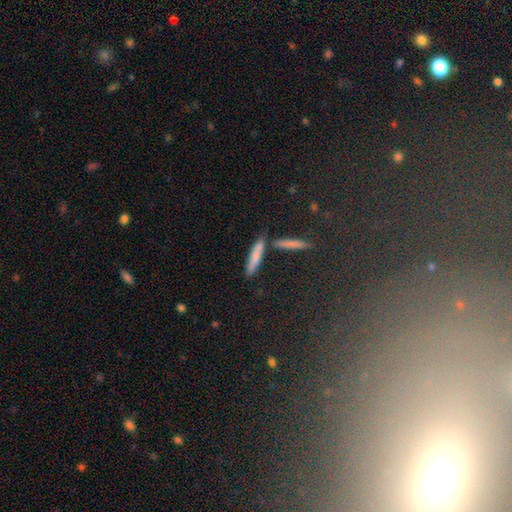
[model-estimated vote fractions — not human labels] smooth_or_featured: smooth (p=0.74) [alt: featured or disk p=0.17]
how_rounded: cigar-shaped (p=0.85) [alt: in between p=0.13]
merging: none (p=0.70) [alt: merger p=0.16]